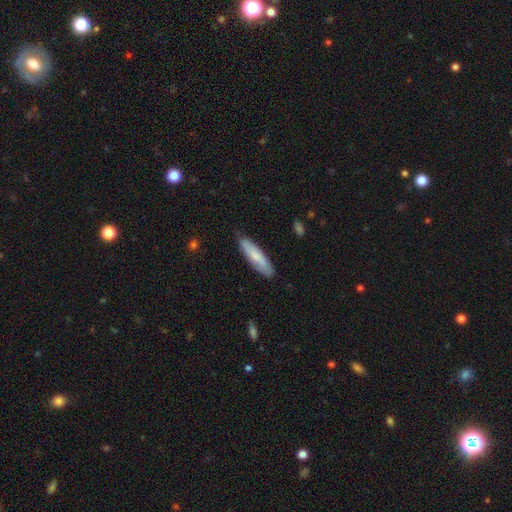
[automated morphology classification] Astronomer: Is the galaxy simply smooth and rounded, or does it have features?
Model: smooth — 75%.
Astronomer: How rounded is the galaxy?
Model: cigar-shaped — 75%.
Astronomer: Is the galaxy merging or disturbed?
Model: none — 85%.